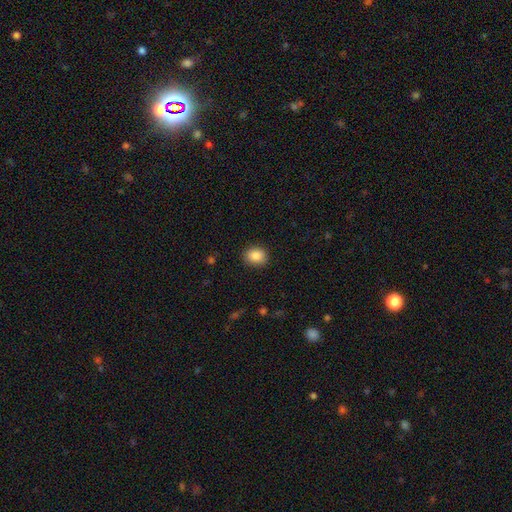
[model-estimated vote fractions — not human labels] Smooth or featured: smooth — 86% (star or artifact — 9%)
How rounded: round — 55% (in between — 44%)
Merging: none — 88% (minor disturbance — 9%)